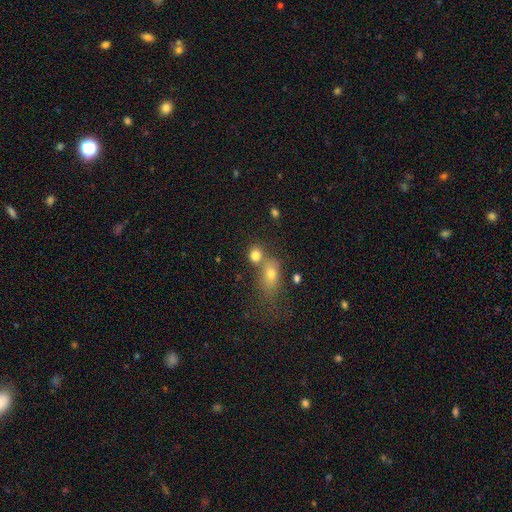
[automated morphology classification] Smooth or featured? Predicted: smooth (p=0.78). How rounded? Predicted: round (p=0.66). Merging? Predicted: none (p=0.47).